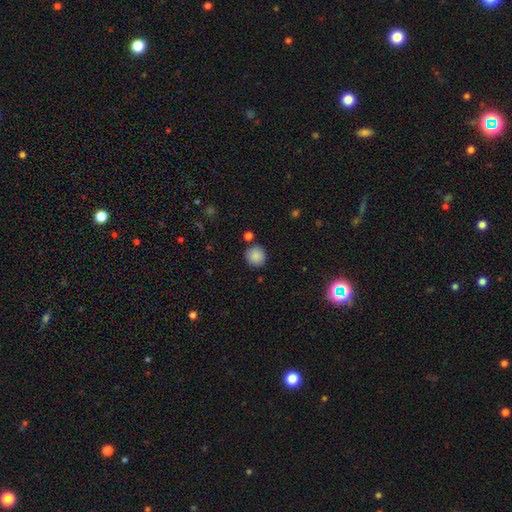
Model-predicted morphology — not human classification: Smooth or featured: smooth — 87% (star or artifact — 9%)
How rounded: round — 92% (in between — 7%)
Merging: none — 83% (minor disturbance — 9%)